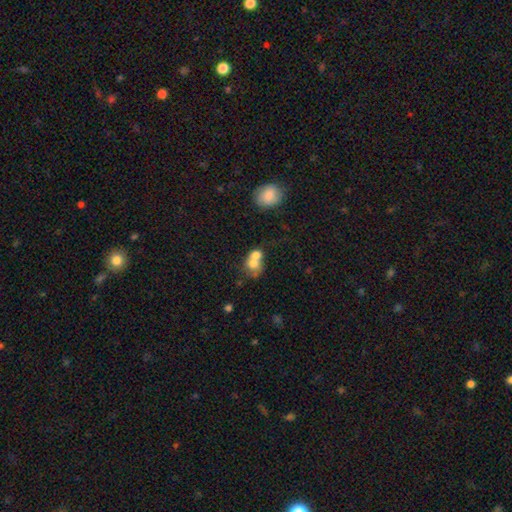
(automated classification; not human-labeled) A smooth galaxy with no disk features (70%) that is round (60%). Merging: merger (69%).